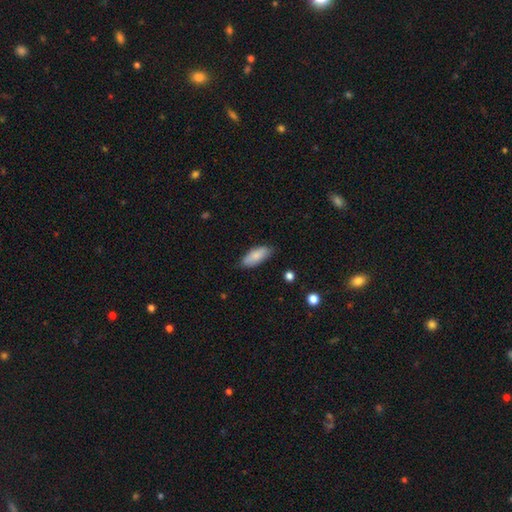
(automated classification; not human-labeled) smooth 85%, featured or disk 9%, star or artifact 6%. Down the decision tree: how rounded — in between (80%); merging — none (81%).